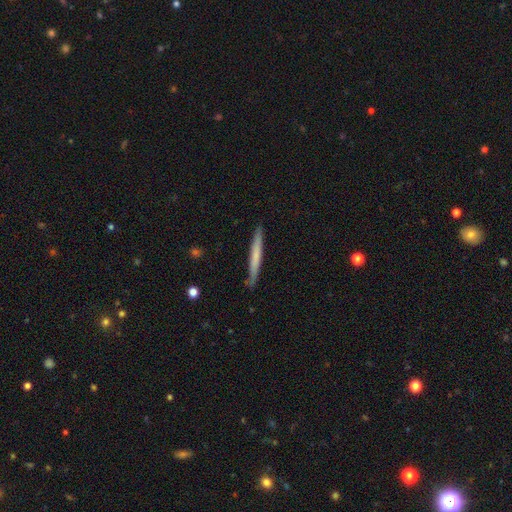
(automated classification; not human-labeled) Smooth or featured?
  - smooth: 58% *
  - featured or disk: 37%
  - star or artifact: 5%
How rounded?
  - cigar-shaped: 97% *
  - in between: 2%
  - round: 1%
Merging?
  - none: 87% *
  - minor disturbance: 10%
  - major disturbance: 2%
  - merger: 1%